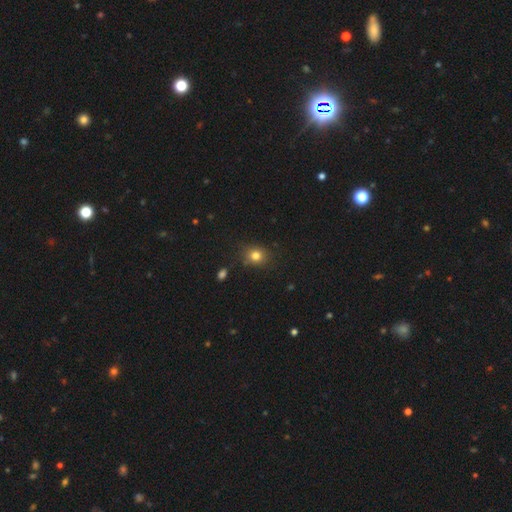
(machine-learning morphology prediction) smooth 79%, star or artifact 13%, featured or disk 7%. Down the decision tree: how rounded — round (65%); merging — none (83%).